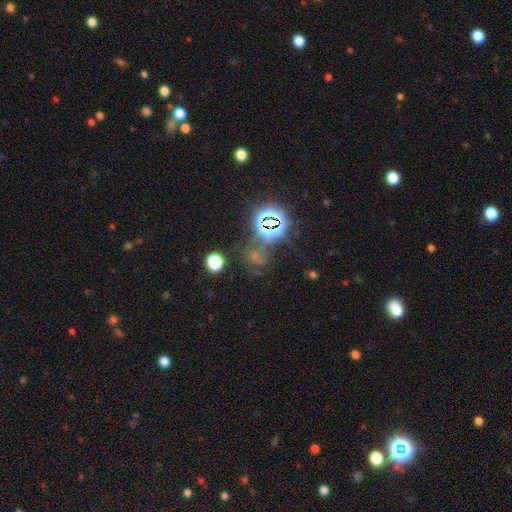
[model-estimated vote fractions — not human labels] A star or artifact, not a galaxy (54%).